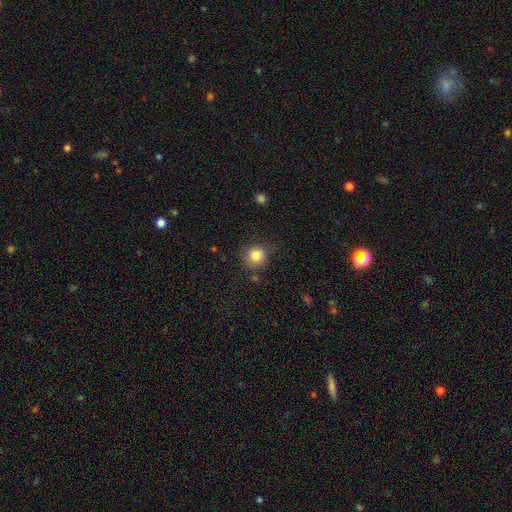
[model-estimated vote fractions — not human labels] This is clearly a smooth galaxy (82%). How rounded: clearly round (90%). Merging: likely none (76%).